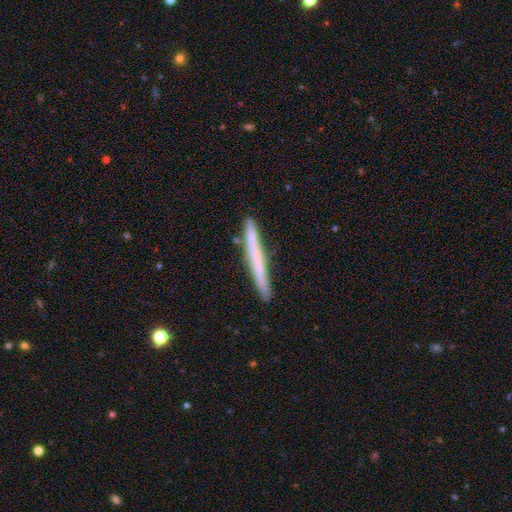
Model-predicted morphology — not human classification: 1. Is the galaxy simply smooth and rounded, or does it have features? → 55% smooth, 39% featured or disk, 7% star or artifact.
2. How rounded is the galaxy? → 97% cigar-shaped, 2% in between, 1% round.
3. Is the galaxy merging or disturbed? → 88% none, 9% minor disturbance, 2% merger, 2% major disturbance.